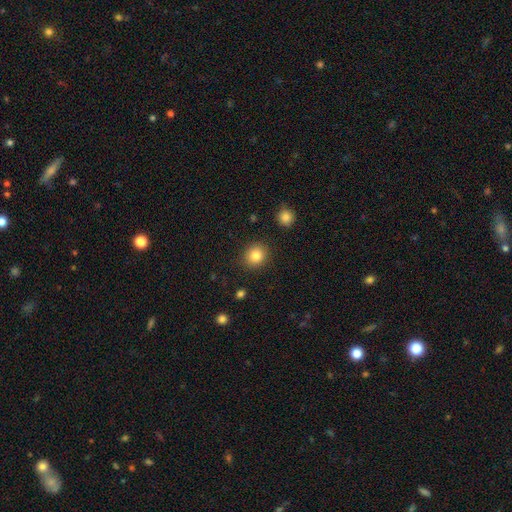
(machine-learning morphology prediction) A smooth galaxy with no disk features (84%) that is round (84%). Merging: none (89%).